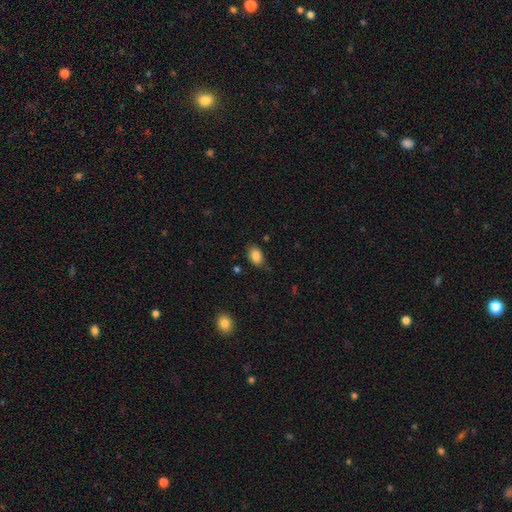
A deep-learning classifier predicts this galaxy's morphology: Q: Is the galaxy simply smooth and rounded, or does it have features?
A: smooth — 86%.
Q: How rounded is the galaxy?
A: in between — 89%.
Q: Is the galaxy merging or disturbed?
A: none — 79%.